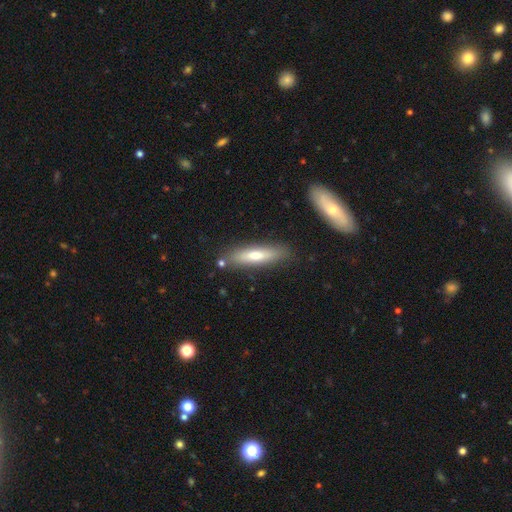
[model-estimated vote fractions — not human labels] Morphology: type=smooth (64%); roundness=cigar-shaped (76%); merging=none (81%).